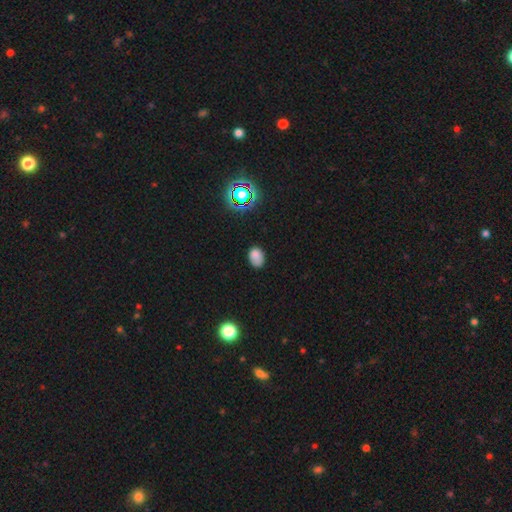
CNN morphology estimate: Smooth or featured?
  - smooth: 77% *
  - star or artifact: 16%
  - featured or disk: 7%
How rounded?
  - in between: 73% *
  - round: 26%
  - cigar-shaped: 1%
Merging?
  - none: 66% *
  - minor disturbance: 25%
  - major disturbance: 7%
  - merger: 3%